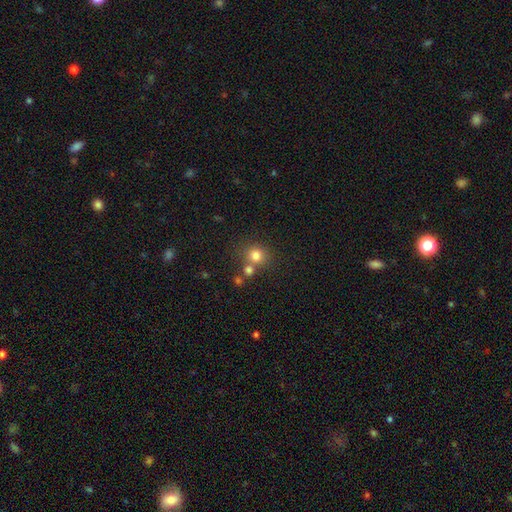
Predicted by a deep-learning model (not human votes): This is likely a smooth galaxy (79%). How rounded: clearly round (86%). Merging: likely none (62%).